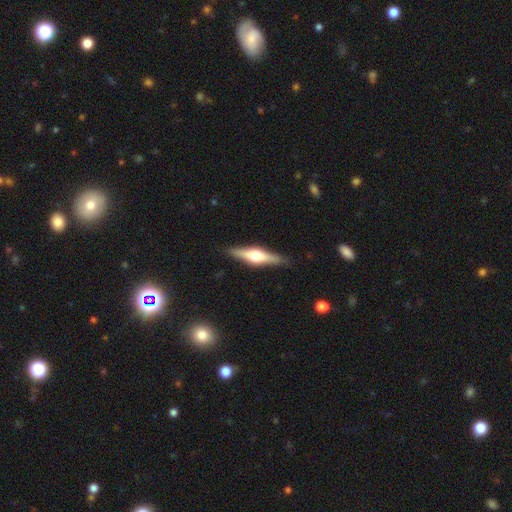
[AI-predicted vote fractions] Smooth or featured? featured or disk (68%)
Edge-on disk? yes (97%)
Edge-on bulge? rounded (93%)
Merging? none (89%)